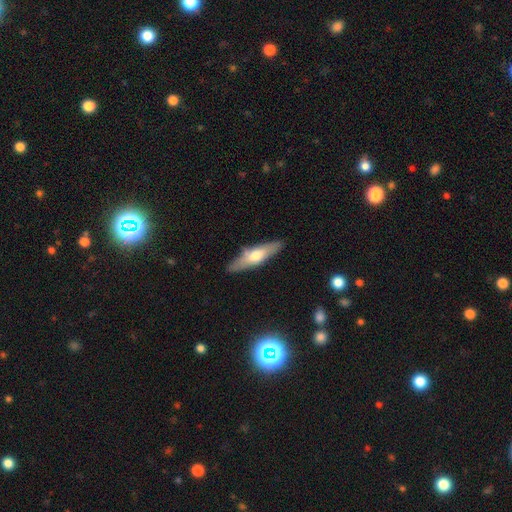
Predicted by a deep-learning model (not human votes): Q: Smooth or featured?
A: smooth (50%); runner-up: featured or disk (44%)
Q: How rounded?
A: cigar-shaped (65%); runner-up: in between (33%)
Q: Merging?
A: none (82%); runner-up: minor disturbance (13%)